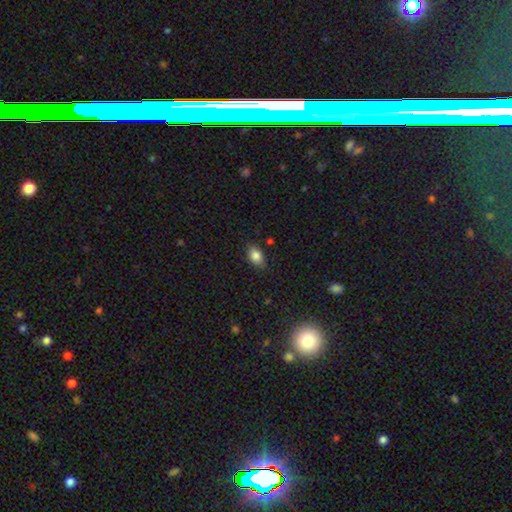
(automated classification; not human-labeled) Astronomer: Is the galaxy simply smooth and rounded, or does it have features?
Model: smooth — 85%.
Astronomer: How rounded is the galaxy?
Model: in between — 86%.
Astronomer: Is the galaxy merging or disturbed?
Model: none — 83%.